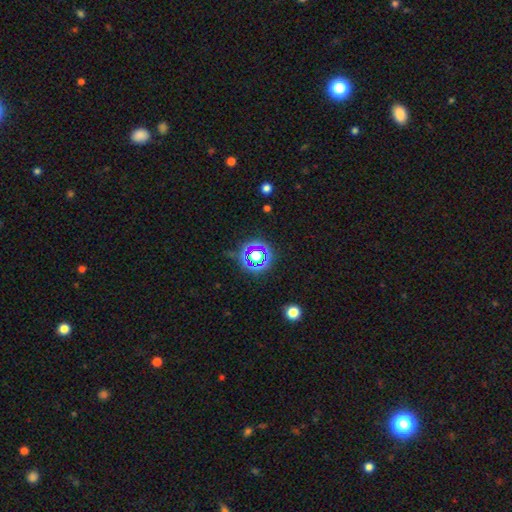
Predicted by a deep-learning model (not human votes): This is possibly a star or artifact rather than a galaxy (58%).